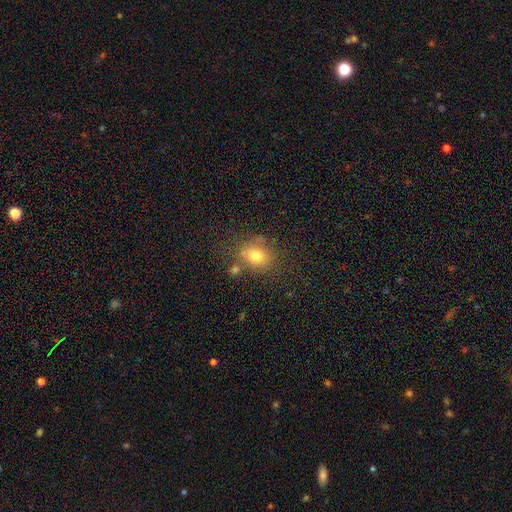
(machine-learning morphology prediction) Smooth or featured? Predicted: smooth (p=0.76). How rounded? Predicted: round (p=0.54). Merging? Predicted: none (p=0.67).